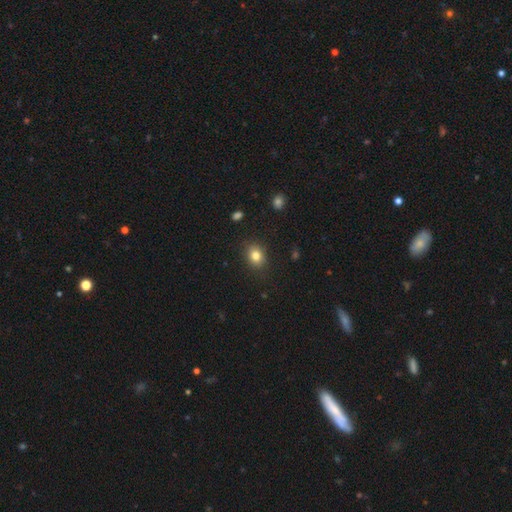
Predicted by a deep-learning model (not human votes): A smooth galaxy with no disk features (82%) that is round (53%). Merging: none (86%).